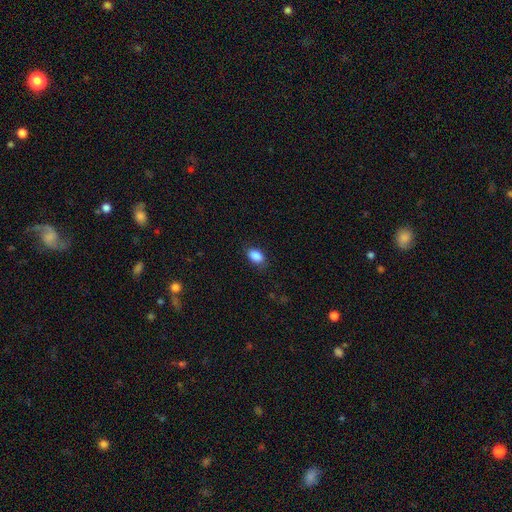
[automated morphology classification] smooth 89%, star or artifact 8%, featured or disk 3%. Down the decision tree: how rounded — in between (88%); merging — none (83%).